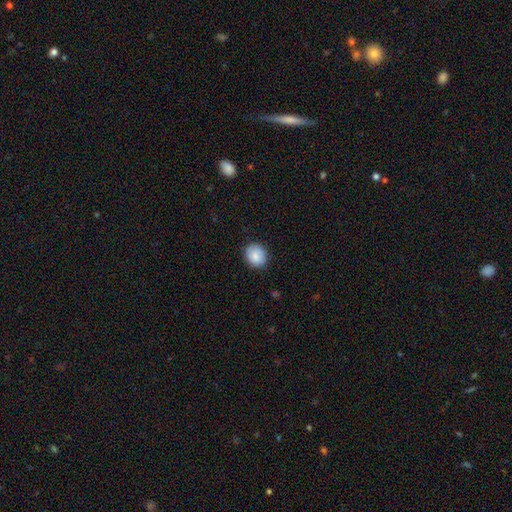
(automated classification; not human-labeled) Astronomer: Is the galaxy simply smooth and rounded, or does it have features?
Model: smooth — 82%.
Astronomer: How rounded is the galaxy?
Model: round — 72%.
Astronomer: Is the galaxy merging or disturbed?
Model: none — 85%.